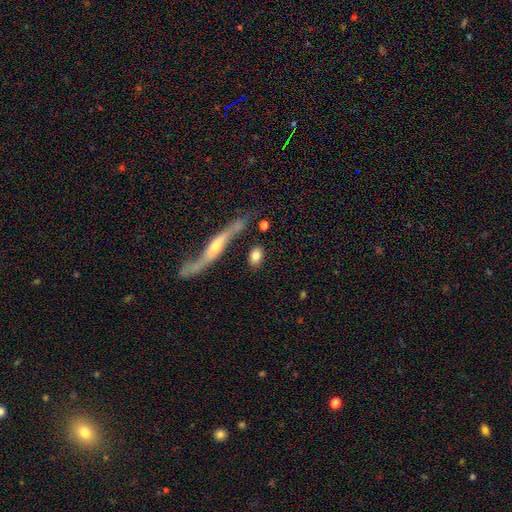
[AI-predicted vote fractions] This appears to be a smooth galaxy with no disk features (77%) that is in between round and cigar-shaped (70%). Merging: none (75%).